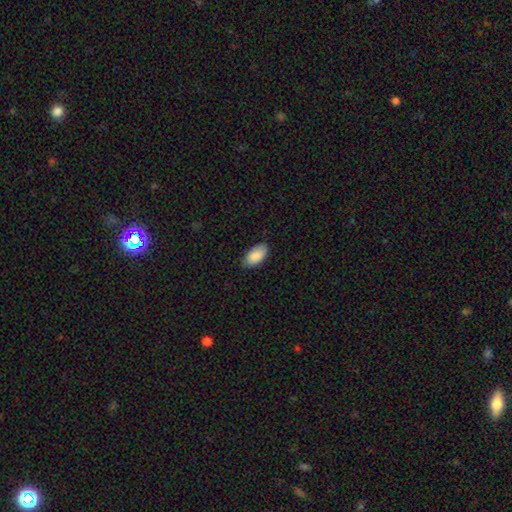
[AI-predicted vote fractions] The model was most divided on "merging": none: 82%, minor disturbance: 15%, major disturbance: 2%, merger: 1%. More confident: how rounded — in between (95%); smooth or featured — smooth (90%).